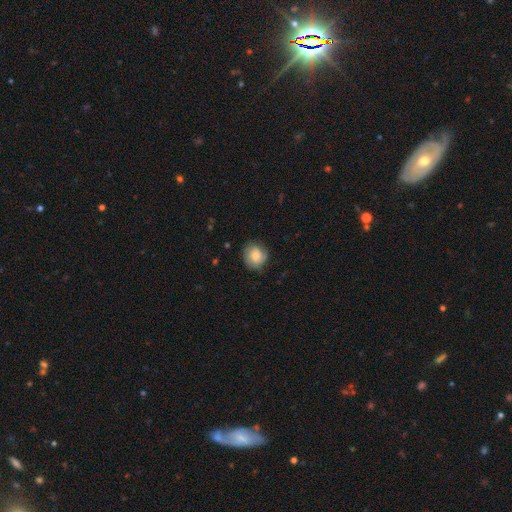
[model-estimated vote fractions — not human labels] Smooth or featured?
  - smooth: 67% *
  - featured or disk: 25%
  - star or artifact: 8%
How rounded?
  - round: 83% *
  - in between: 16%
  - cigar-shaped: 1%
Merging?
  - none: 76% *
  - minor disturbance: 18%
  - major disturbance: 5%
  - merger: 1%